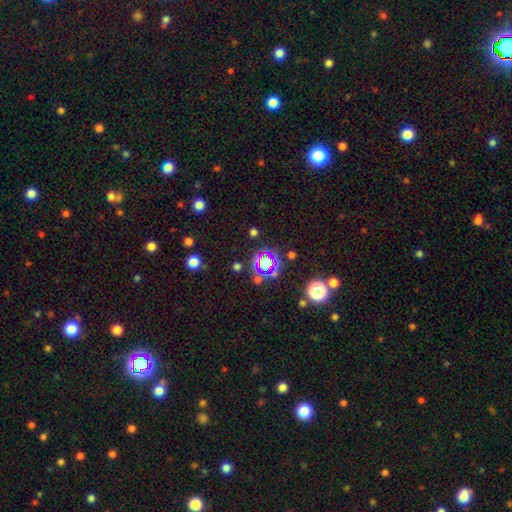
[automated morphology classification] type=star or artifact (70%).